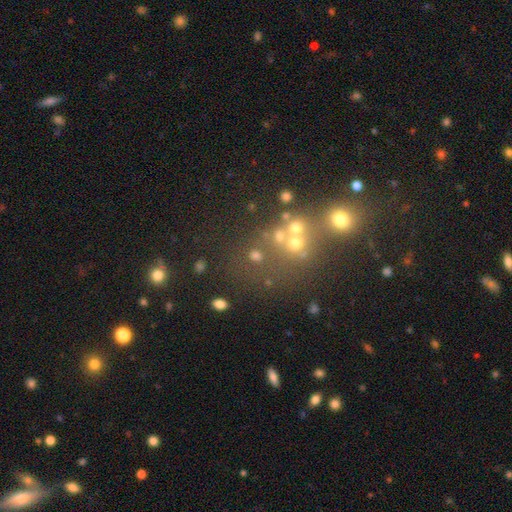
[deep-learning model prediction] Q: Smooth or featured?
A: smooth (55%); runner-up: star or artifact (29%)
Q: How rounded?
A: round (79%); runner-up: in between (19%)
Q: Merging?
A: none (59%); runner-up: merger (24%)